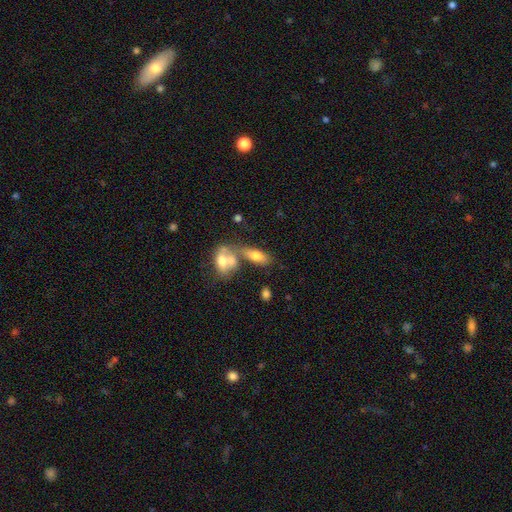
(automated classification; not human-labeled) This appears to be a smooth galaxy with no disk features (71%) that is in between round and cigar-shaped (79%). Merging: merger (46%).